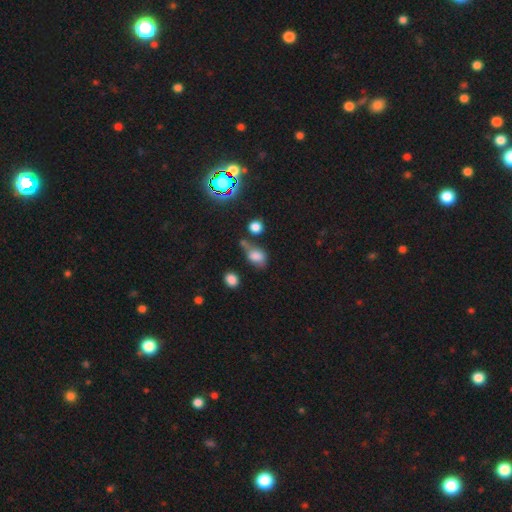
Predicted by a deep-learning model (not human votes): Overall: smooth (73%). How rounded: in between (70%). Merging: none (40%; minor disturbance 25%).